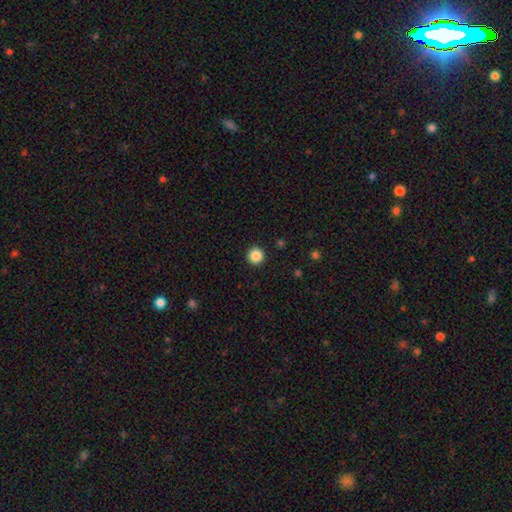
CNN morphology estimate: Q: Smooth or featured?
A: smooth (87%); runner-up: star or artifact (10%)
Q: How rounded?
A: round (96%); runner-up: in between (3%)
Q: Merging?
A: none (93%); runner-up: minor disturbance (4%)